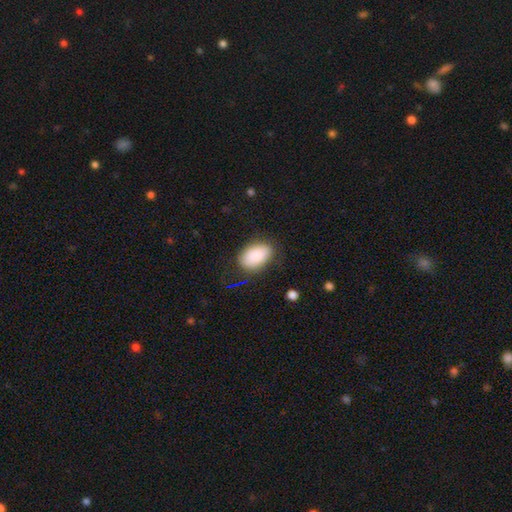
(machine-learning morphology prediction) The model was most divided on "merging": none: 78%, minor disturbance: 16%, major disturbance: 5%, merger: 2%. More confident: how rounded — in between (90%); smooth or featured — smooth (86%).